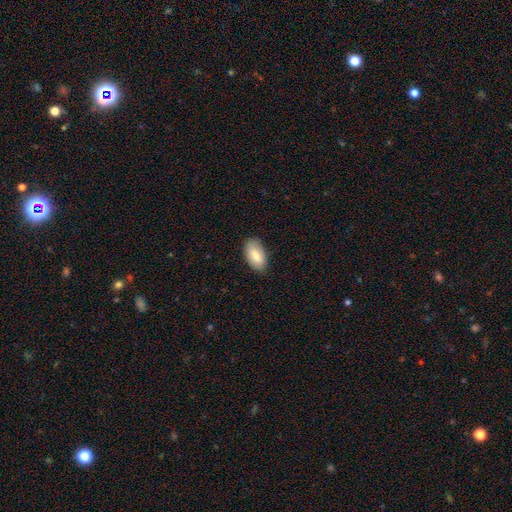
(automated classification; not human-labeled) The model was most divided on "merging": none: 83%, minor disturbance: 14%, major disturbance: 3%, merger: 1%. More confident: how rounded — in between (94%); smooth or featured — smooth (83%).